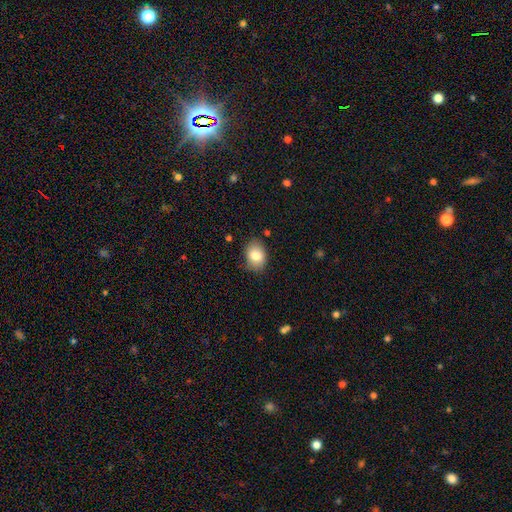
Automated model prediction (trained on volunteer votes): A smooth galaxy with no disk features (82%) that is in between round and cigar-shaped (71%).

Vote fractions:
- Smooth or featured? smooth: 82% / featured or disk: 10% / star or artifact: 8%
- How rounded? in between: 71% / round: 28% / cigar-shaped: 1%
- Merging? none: 81% / minor disturbance: 15% / major disturbance: 3% / merger: 2%